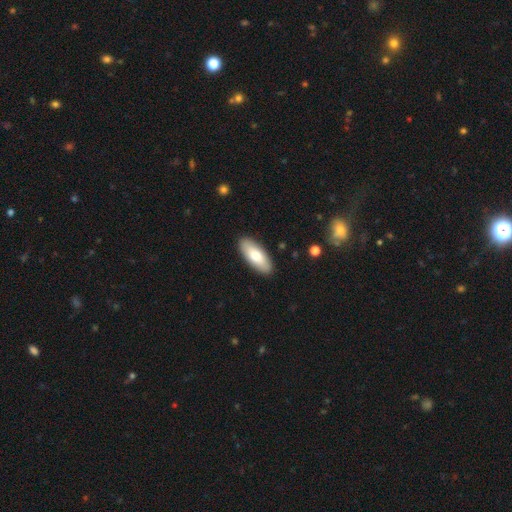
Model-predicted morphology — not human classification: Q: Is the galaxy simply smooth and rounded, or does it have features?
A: smooth — 75%.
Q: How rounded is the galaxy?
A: in between — 80%.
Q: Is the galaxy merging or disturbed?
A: none — 90%.